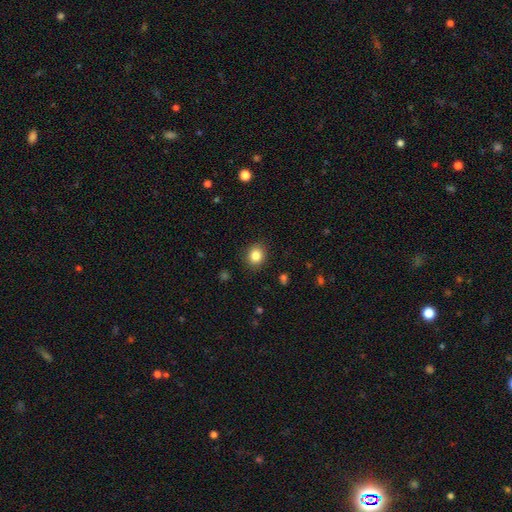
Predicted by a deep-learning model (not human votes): Overall: smooth (85%). How rounded: round (72%). Merging: none (88%).